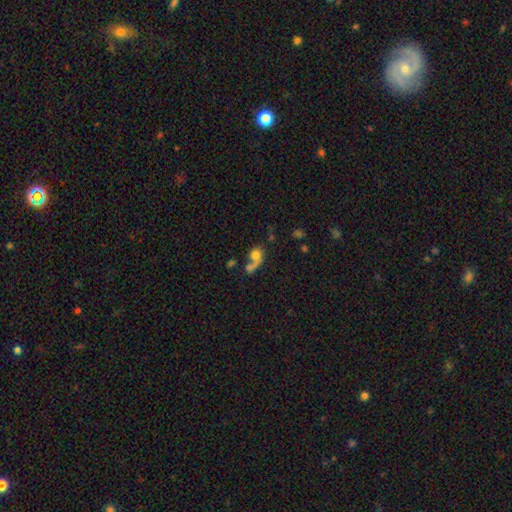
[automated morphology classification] This is likely a smooth galaxy (66%). How rounded: likely round (67%). Merging: marginally merger (45%).